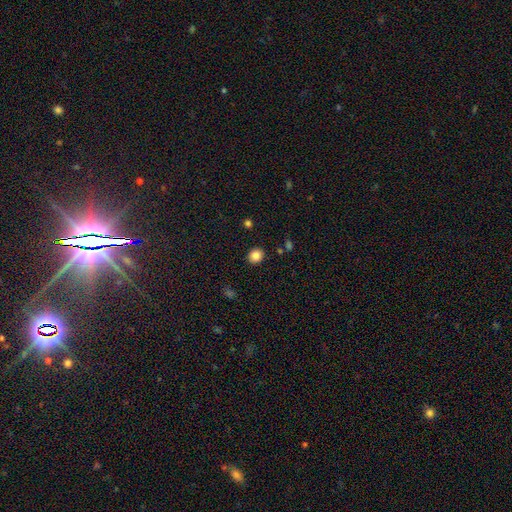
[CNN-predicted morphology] type=smooth (84%); roundness=round (65%); merging=none (89%).